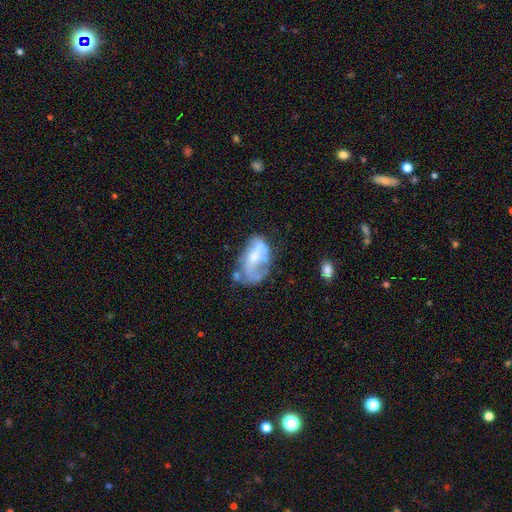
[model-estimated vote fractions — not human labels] The model was most divided on "merging": none: 32%, major disturbance: 27%, minor disturbance: 24%, merger: 16%. Remaining: edge-on disk — no (97%); bar — no (72%); spiral arms — no (64%); smooth or featured — featured or disk (58%); bulge size — moderate (37%).